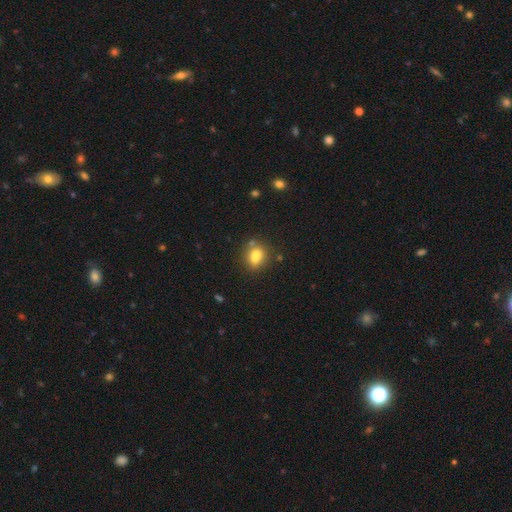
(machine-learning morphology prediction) smooth 79%, featured or disk 11%, star or artifact 11%. Down the decision tree: how rounded — in between (63%); merging — none (60%).